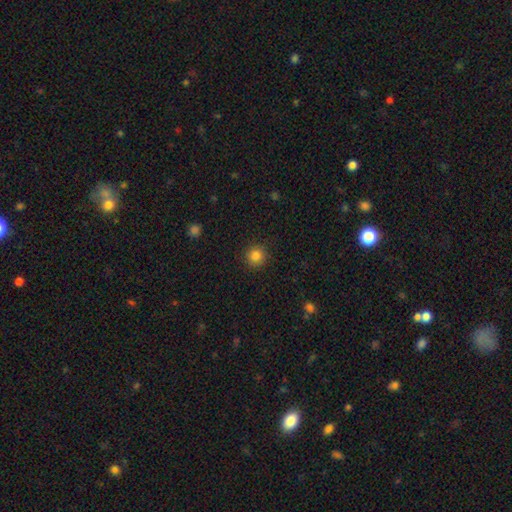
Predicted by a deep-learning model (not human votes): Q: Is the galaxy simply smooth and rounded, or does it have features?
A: smooth — 84%.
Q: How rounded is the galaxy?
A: round — 93%.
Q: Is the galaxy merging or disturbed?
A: none — 91%.